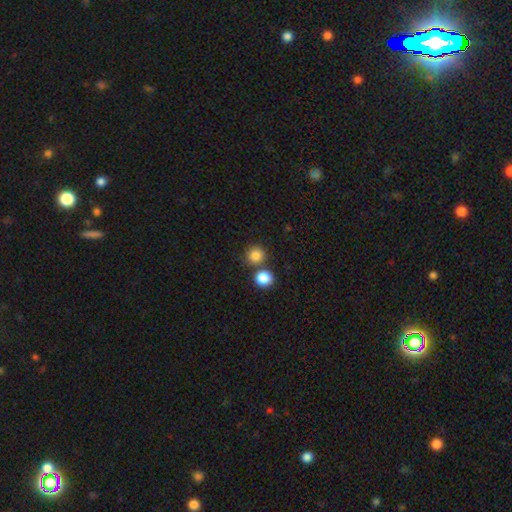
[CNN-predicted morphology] Overall: smooth (83%). How rounded: round (90%). Merging: none (69%).